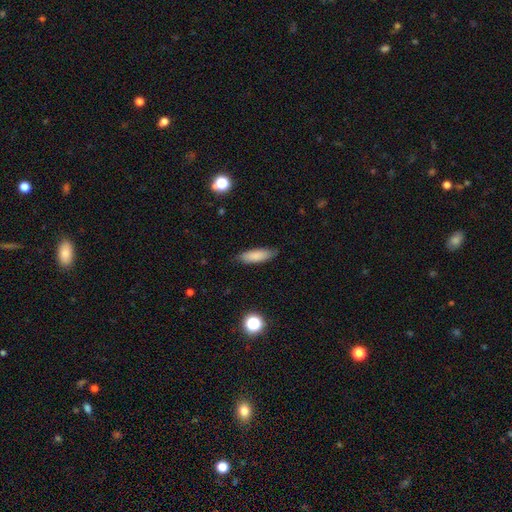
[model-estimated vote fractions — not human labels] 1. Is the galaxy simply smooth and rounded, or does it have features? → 84% smooth, 9% featured or disk, 7% star or artifact.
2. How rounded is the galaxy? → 50% in between, 48% cigar-shaped, 2% round.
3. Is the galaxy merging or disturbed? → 83% none, 13% minor disturbance, 2% major disturbance, 1% merger.